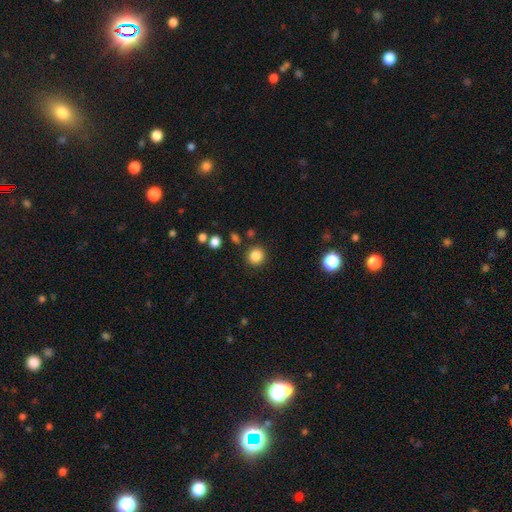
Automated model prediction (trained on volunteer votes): Smooth or featured: smooth — 85% (star or artifact — 11%)
How rounded: round — 91% (in between — 8%)
Merging: none — 87% (minor disturbance — 7%)